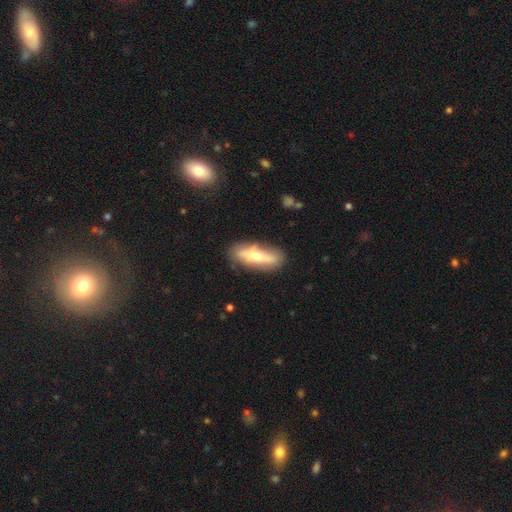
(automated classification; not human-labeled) The model was most divided on "how rounded": cigar-shaped: 50%, in between: 48%, round: 3%. More confident: merging — none (71%); smooth or featured — smooth (50%).